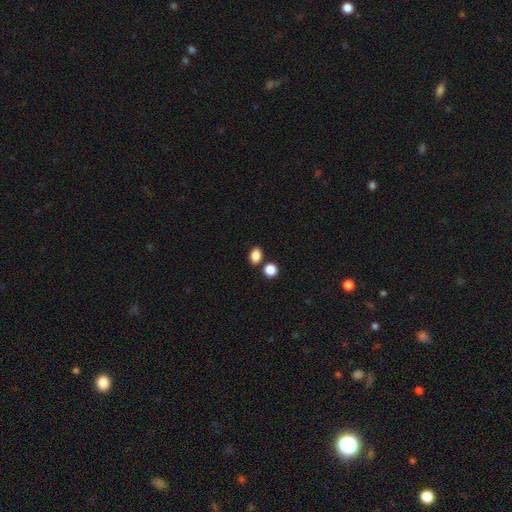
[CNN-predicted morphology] Smooth or featured: smooth — 86% (star or artifact — 10%)
How rounded: in between — 71% (round — 28%)
Merging: none — 76% (merger — 12%)